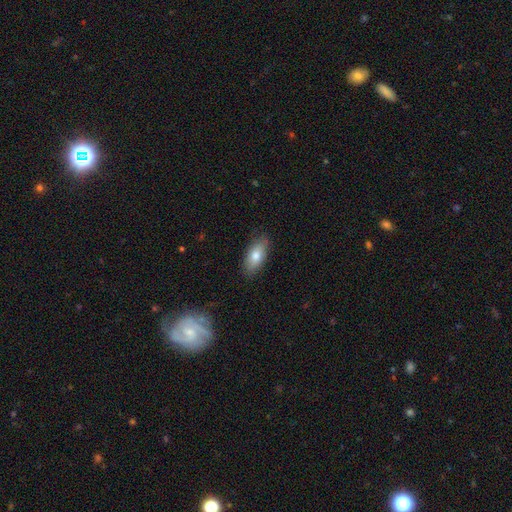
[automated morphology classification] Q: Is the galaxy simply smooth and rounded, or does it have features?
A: smooth — 78%.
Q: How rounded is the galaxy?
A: in between — 85%.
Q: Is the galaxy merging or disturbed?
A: none — 85%.